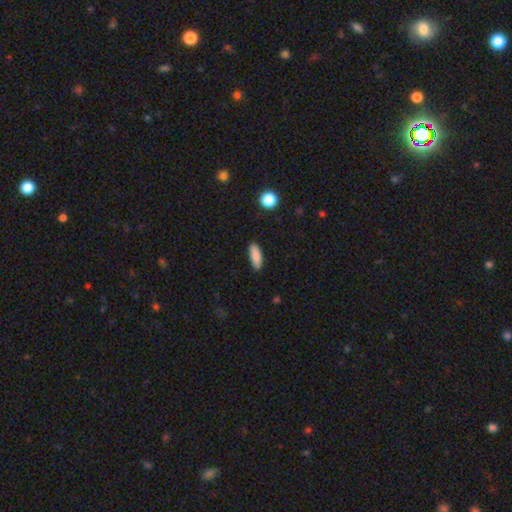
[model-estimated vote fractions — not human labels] This appears to be a smooth galaxy with no disk features (88%) that is in between round and cigar-shaped (68%). Merging: none (87%).